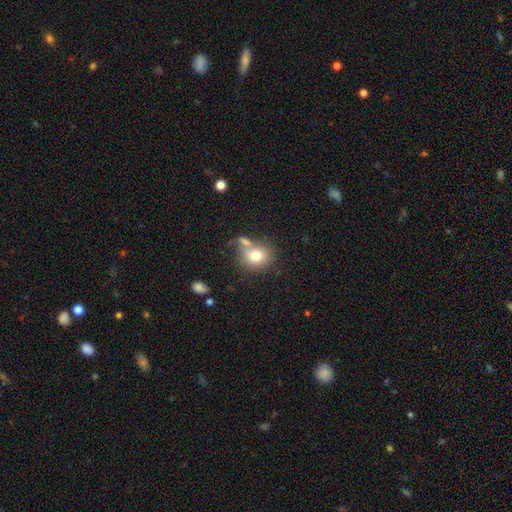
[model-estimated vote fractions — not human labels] Morphology: type=smooth (75%); roundness=round (75%); merging=none (48%).